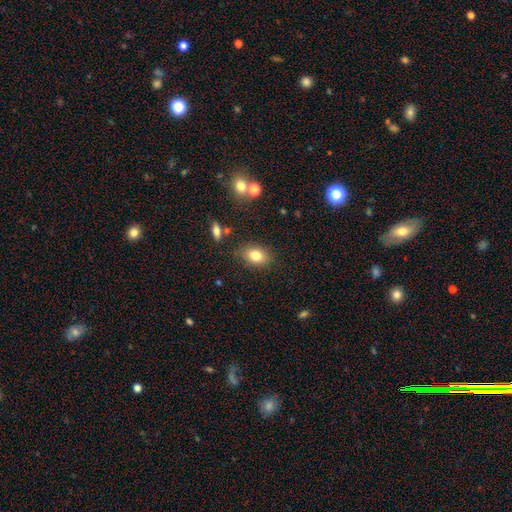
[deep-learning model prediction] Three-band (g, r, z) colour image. It shows a smooth galaxy with no disk features (79%) that is in between round and cigar-shaped (77%). Merging: none (82%).